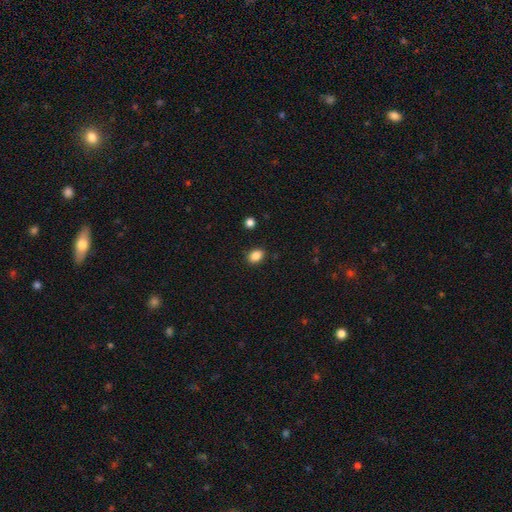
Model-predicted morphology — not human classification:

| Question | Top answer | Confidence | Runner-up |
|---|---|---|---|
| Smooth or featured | smooth | 86% | star or artifact (10%) |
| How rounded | in between | 69% | round (29%) |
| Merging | none | 88% | minor disturbance (9%) |